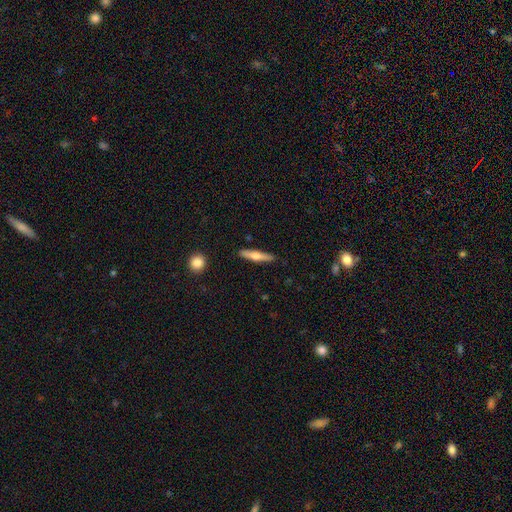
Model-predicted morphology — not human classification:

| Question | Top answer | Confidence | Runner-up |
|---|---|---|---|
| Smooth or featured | featured or disk | 52% | smooth (42%) |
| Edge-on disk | yes | 96% | no (4%) |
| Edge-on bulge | rounded | 90% | none (5%) |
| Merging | none | 89% | minor disturbance (8%) |